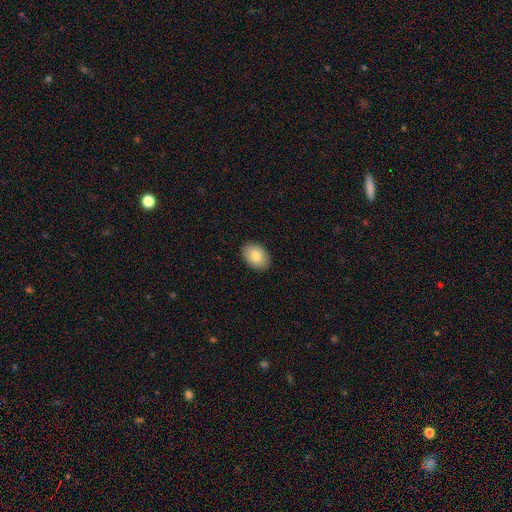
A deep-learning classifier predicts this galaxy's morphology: smooth_or_featured: smooth (p=0.82) [alt: featured or disk p=0.11]
how_rounded: in between (p=0.84) [alt: round p=0.15]
merging: none (p=0.90) [alt: minor disturbance p=0.08]